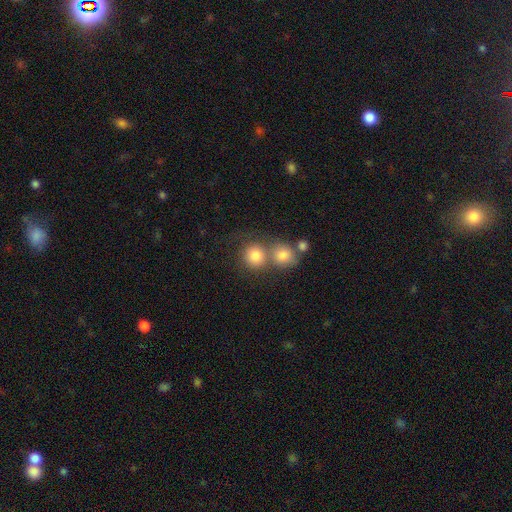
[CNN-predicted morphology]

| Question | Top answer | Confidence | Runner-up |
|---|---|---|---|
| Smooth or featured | smooth | 81% | star or artifact (10%) |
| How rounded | round | 87% | in between (12%) |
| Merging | none | 44% | tied: merger (44%) |